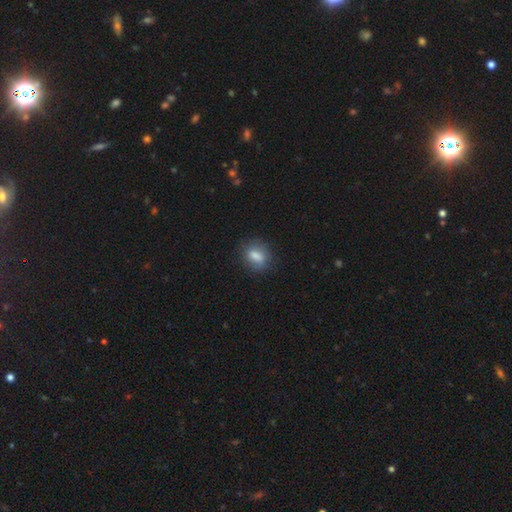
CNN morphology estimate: This appears to be a smooth galaxy with no disk features (77%) that is in between round and cigar-shaped (63%). Merging: none (77%).